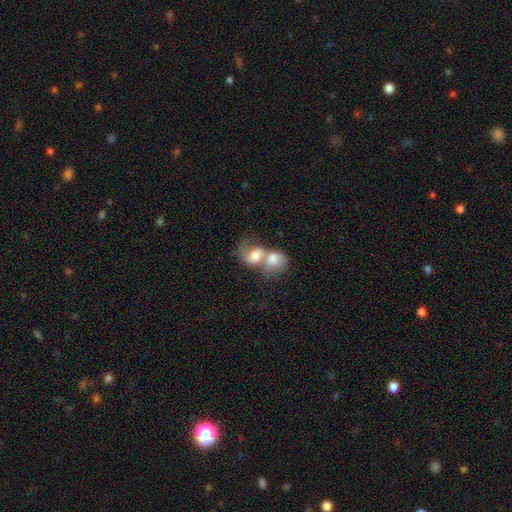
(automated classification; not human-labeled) Morphology: type=smooth (56%); roundness=in between (52%); merging=merger (82%).